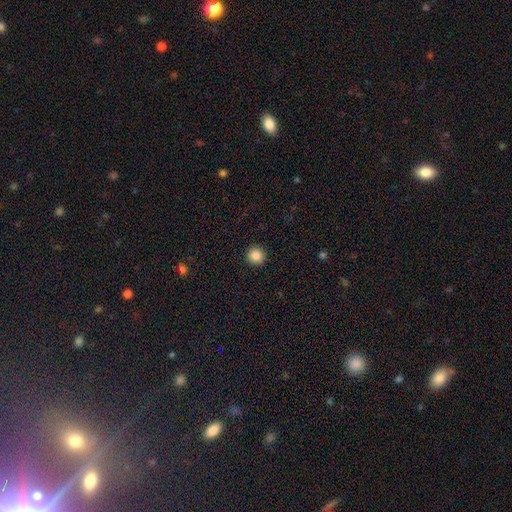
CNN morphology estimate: Smooth or featured? smooth (87%)
How rounded? round (94%)
Merging? none (92%)